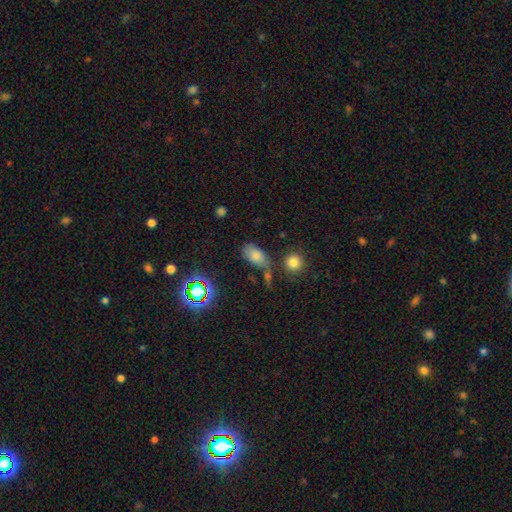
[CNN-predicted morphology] Smooth or featured? smooth (74%)
How rounded? in between (89%)
Merging? none (58%)